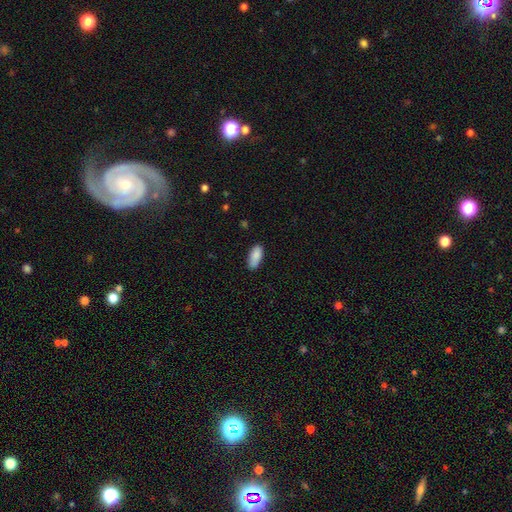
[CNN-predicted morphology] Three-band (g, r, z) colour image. It shows a smooth galaxy with no disk features (88%) that is in between round and cigar-shaped (88%). Merging: none (81%).